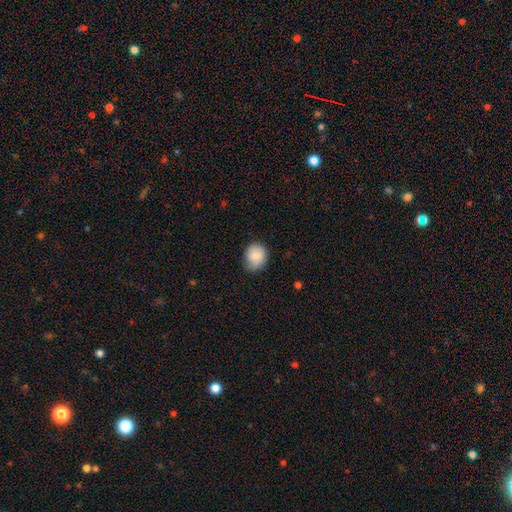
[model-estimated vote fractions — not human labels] Smooth or featured? Predicted: smooth (p=0.85). How rounded? Predicted: round (p=0.63). Merging? Predicted: none (p=0.66).